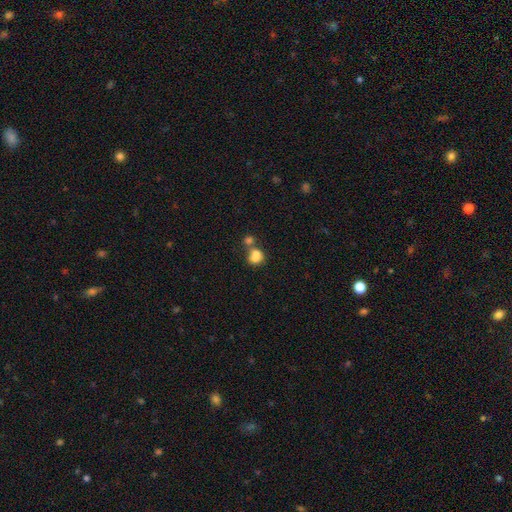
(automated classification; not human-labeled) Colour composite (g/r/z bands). It shows a smooth galaxy with no disk features (76%) that is round (56%). Merging: merger (60%).